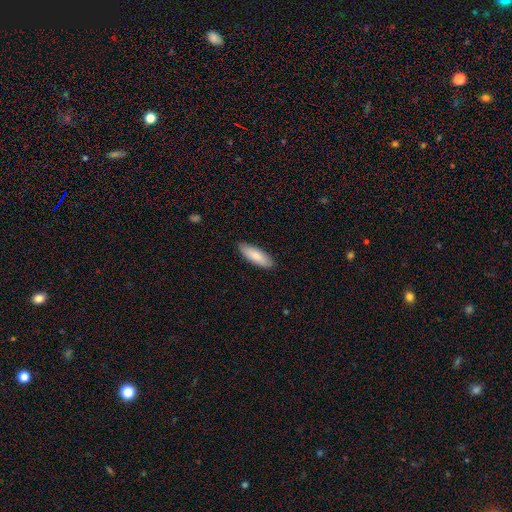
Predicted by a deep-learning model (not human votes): Smooth or featured: smooth — 84% (featured or disk — 11%)
How rounded: in between — 58% (cigar-shaped — 40%)
Merging: none — 88% (minor disturbance — 10%)